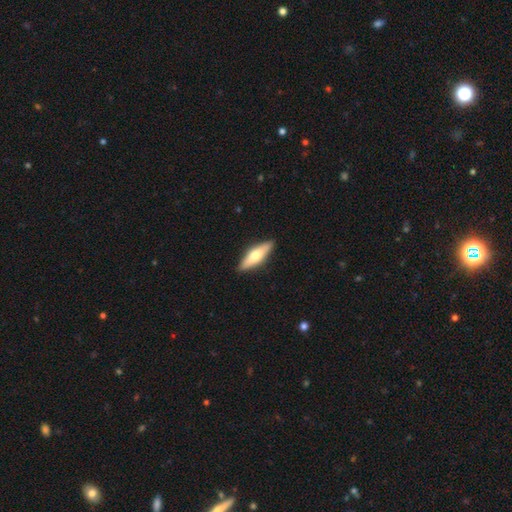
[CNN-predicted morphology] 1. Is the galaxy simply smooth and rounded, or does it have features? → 55% smooth, 40% featured or disk, 5% star or artifact.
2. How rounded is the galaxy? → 55% cigar-shaped, 43% in between, 2% round.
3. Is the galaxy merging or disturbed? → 89% none, 8% minor disturbance, 2% major disturbance, 1% merger.